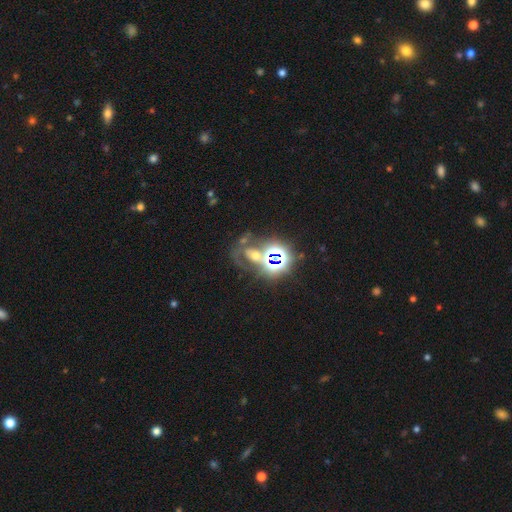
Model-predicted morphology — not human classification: smooth_or_featured: star or artifact (p=0.48) [alt: smooth p=0.27]